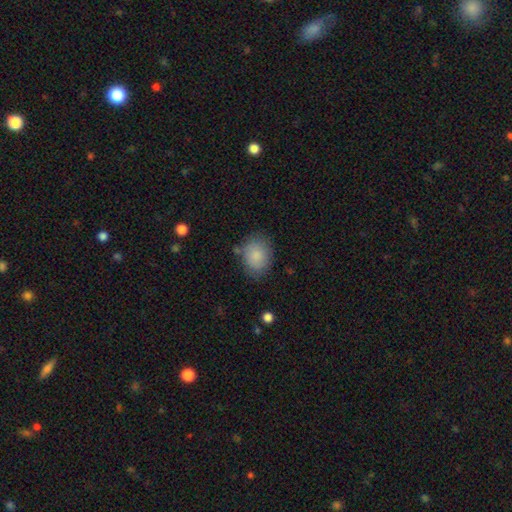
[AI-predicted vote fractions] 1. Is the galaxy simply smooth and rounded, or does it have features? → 85% smooth, 7% star or artifact, 7% featured or disk.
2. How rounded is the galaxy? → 53% in between, 46% round, 1% cigar-shaped.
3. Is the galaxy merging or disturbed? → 73% none, 18% minor disturbance, 5% major disturbance, 4% merger.